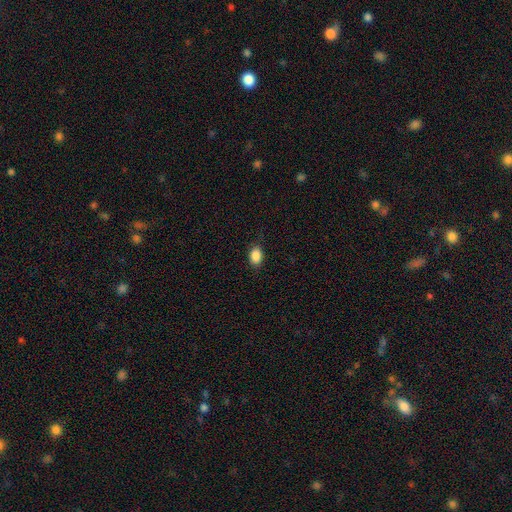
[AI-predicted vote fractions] Smooth or featured? Predicted: smooth (p=0.88). How rounded? Predicted: in between (p=0.82). Merging? Predicted: none (p=0.83).